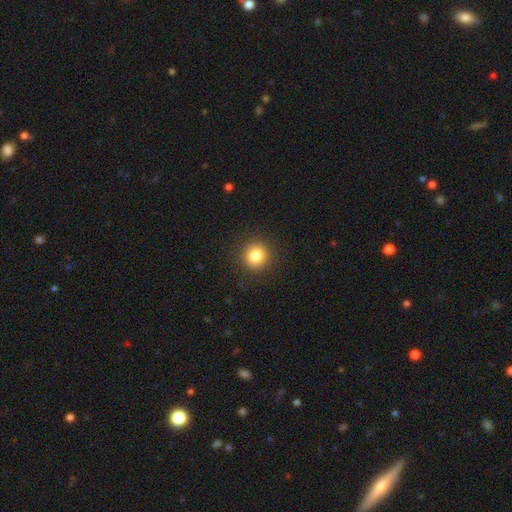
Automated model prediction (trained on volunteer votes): Smooth or featured? smooth (83%)
How rounded? round (93%)
Merging? none (91%)